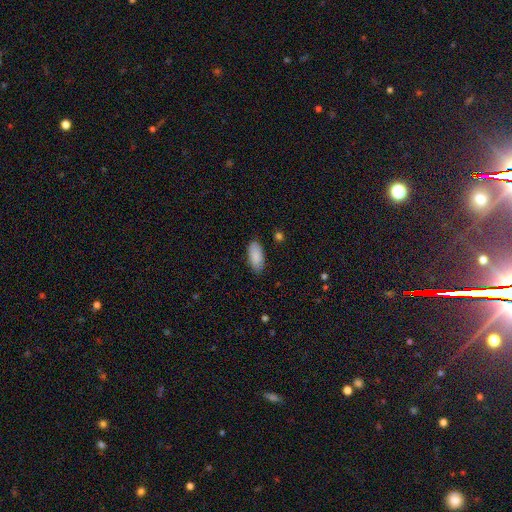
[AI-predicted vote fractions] Q: Smooth or featured?
A: smooth (88%); runner-up: featured or disk (6%)
Q: How rounded?
A: in between (89%); runner-up: cigar-shaped (10%)
Q: Merging?
A: none (82%); runner-up: minor disturbance (14%)